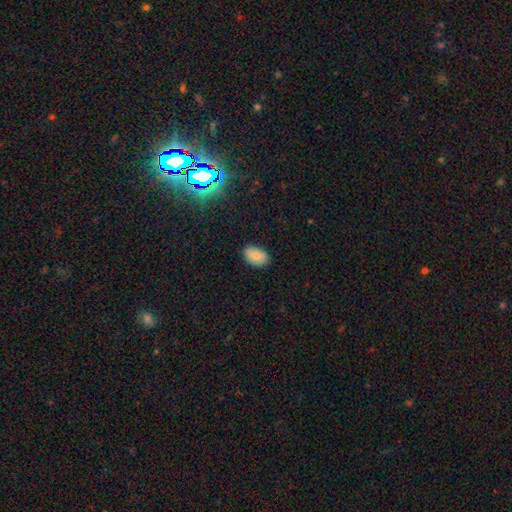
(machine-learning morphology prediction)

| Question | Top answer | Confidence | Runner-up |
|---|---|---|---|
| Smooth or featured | smooth | 86% | star or artifact (8%) |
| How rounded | in between | 91% | round (7%) |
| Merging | none | 86% | minor disturbance (11%) |